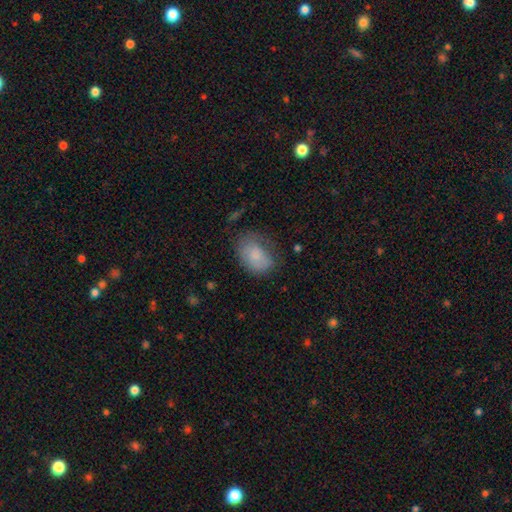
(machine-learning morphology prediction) A smooth galaxy with no disk features (80%) that is in between round and cigar-shaped (80%). Merging: none (53%).